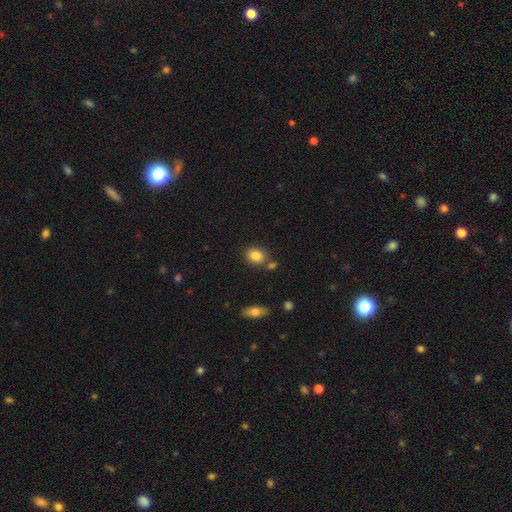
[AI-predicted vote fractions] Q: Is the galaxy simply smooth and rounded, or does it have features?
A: smooth — 84%.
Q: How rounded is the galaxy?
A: in between — 56%.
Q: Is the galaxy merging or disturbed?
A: none — 72%.